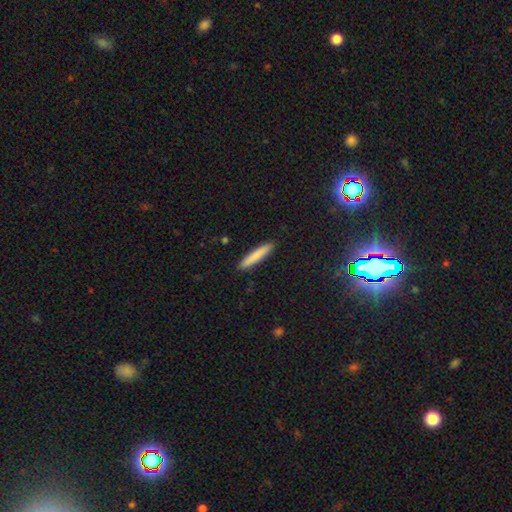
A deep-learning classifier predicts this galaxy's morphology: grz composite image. It shows a smooth galaxy with no disk features (82%) that is cigar-shaped (92%). Merging: none (91%).